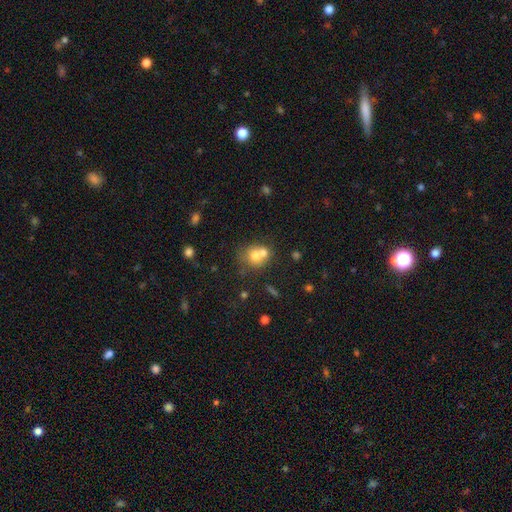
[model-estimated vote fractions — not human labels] Smooth or featured? Predicted: smooth (p=0.68). How rounded? Predicted: round (p=0.73). Merging? Predicted: merger (p=0.56).